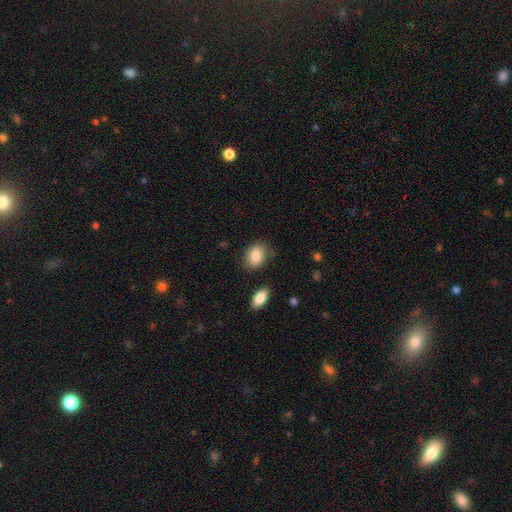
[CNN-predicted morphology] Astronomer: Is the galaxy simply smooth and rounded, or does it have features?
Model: smooth — 85%.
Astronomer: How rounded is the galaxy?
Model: in between — 76%.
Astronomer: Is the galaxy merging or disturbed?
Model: none — 75%.